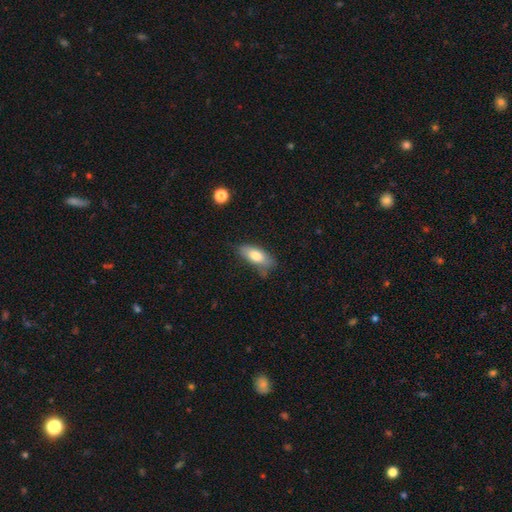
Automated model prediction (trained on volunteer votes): A smooth galaxy with no disk features (76%) that is in between round and cigar-shaped (81%).

Vote fractions:
- Smooth or featured? smooth: 76% / featured or disk: 18% / star or artifact: 7%
- How rounded? in between: 81% / cigar-shaped: 17% / round: 3%
- Merging? none: 63% / minor disturbance: 27% / major disturbance: 6% / merger: 4%